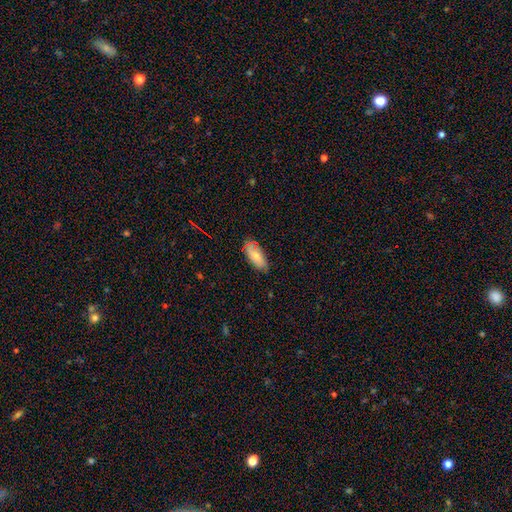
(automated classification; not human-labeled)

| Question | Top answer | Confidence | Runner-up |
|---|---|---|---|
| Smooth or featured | smooth | 69% | featured or disk (23%) |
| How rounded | in between | 87% | cigar-shaped (10%) |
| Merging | none | 77% | minor disturbance (18%) |